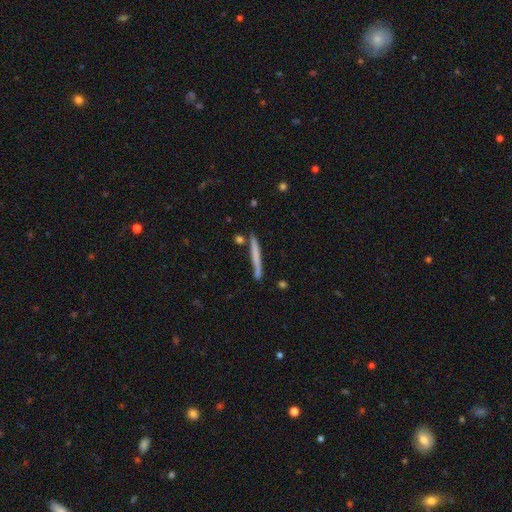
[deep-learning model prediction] Smooth or featured? smooth (56%)
How rounded? cigar-shaped (97%)
Merging? none (84%)